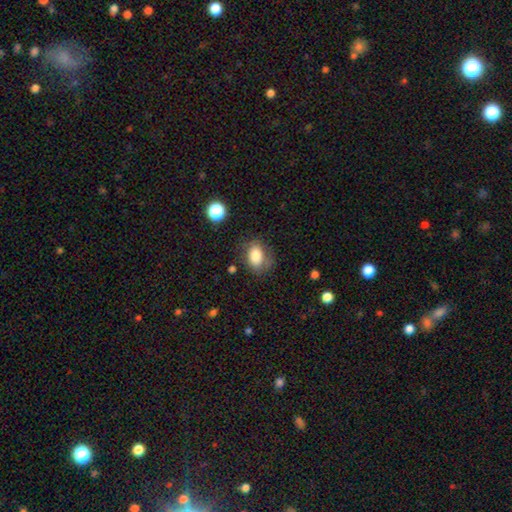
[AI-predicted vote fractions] Q: Smooth or featured?
A: smooth (80%); runner-up: featured or disk (11%)
Q: How rounded?
A: in between (77%); runner-up: round (22%)
Q: Merging?
A: none (66%); runner-up: minor disturbance (22%)